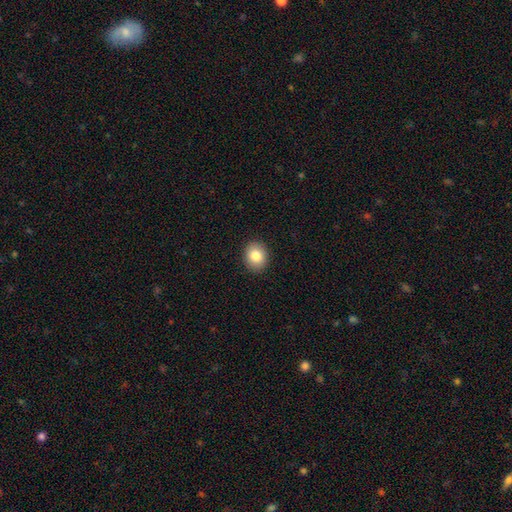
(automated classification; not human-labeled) Q: Smooth or featured?
A: smooth (84%); runner-up: star or artifact (8%)
Q: How rounded?
A: round (54%); runner-up: in between (45%)
Q: Merging?
A: none (91%); runner-up: minor disturbance (7%)